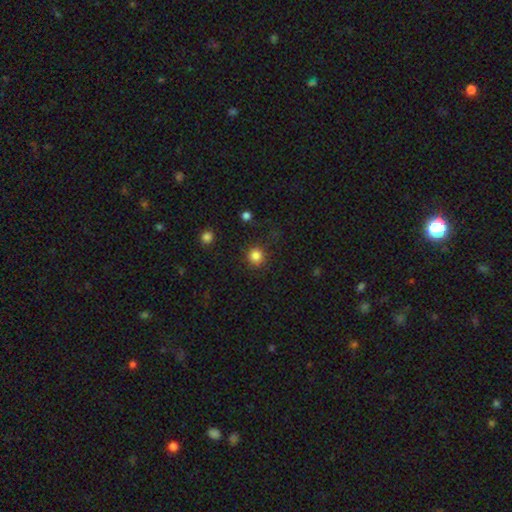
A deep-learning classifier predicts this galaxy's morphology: Smooth or featured? Predicted: smooth (p=0.83). How rounded? Predicted: round (p=0.93). Merging? Predicted: none (p=0.86).